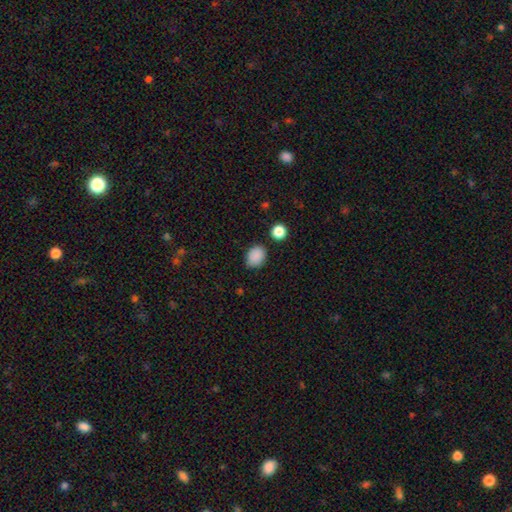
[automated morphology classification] Q: Smooth or featured?
A: smooth (88%); runner-up: star or artifact (9%)
Q: How rounded?
A: in between (63%); runner-up: round (36%)
Q: Merging?
A: none (82%); runner-up: minor disturbance (12%)